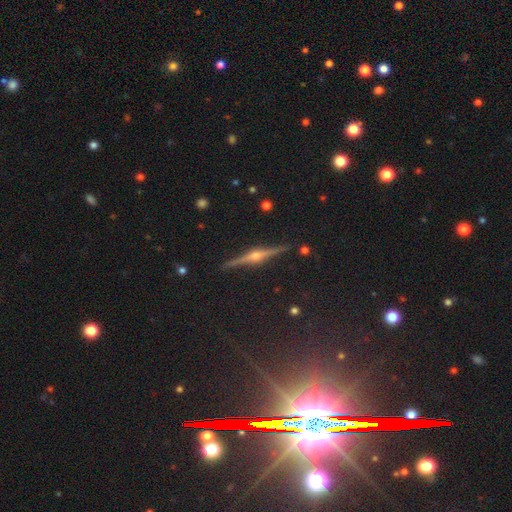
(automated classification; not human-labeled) Morphology: type=featured or disk (81%); edge-on=yes (98%); edge-on bulge=rounded (93%); merging=none (92%).